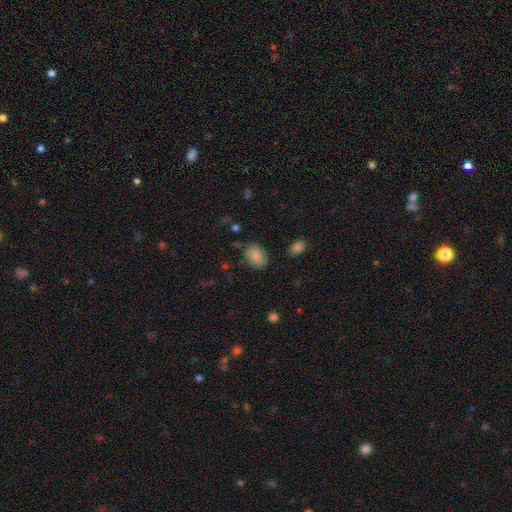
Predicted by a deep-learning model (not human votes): Overall: smooth (84%). How rounded: in between (69%; round 30%). Merging: none (72%).